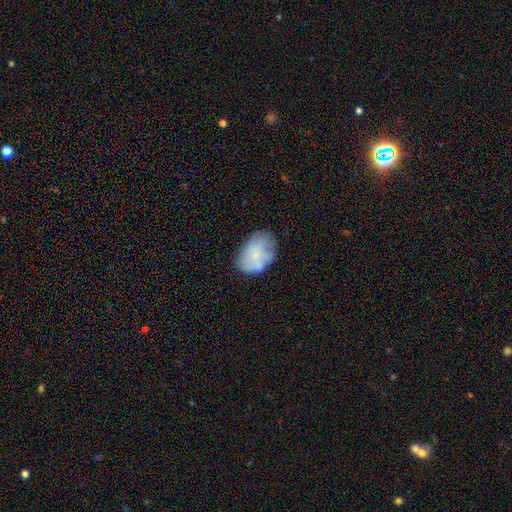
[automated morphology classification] type=smooth (59%); roundness=in between (85%); merging=none (57%).